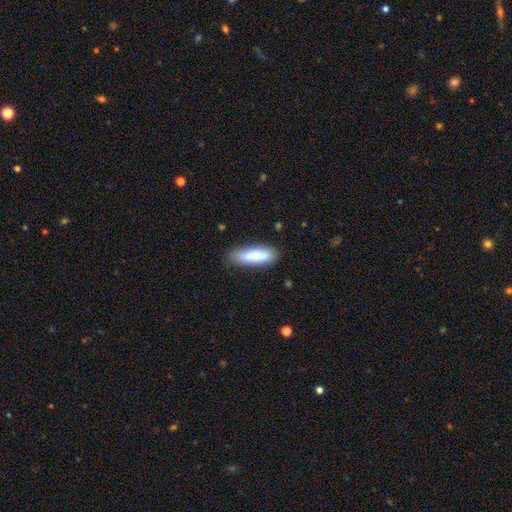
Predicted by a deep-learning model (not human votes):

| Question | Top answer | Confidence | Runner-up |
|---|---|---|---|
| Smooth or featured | smooth | 80% | featured or disk (13%) |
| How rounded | cigar-shaped | 55% | in between (44%) |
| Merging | none | 76% | minor disturbance (17%) |